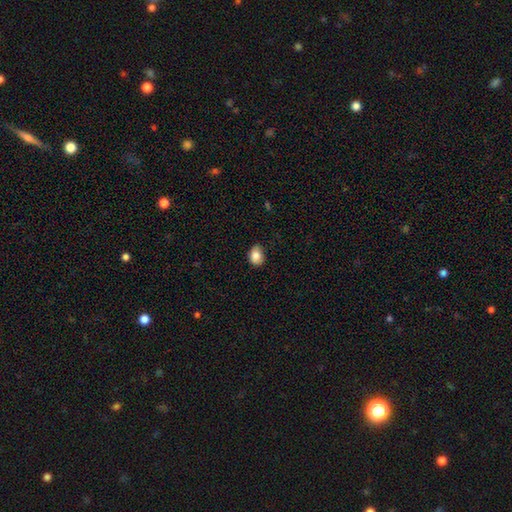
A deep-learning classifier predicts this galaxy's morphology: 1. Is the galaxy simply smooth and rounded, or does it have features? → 85% smooth, 9% star or artifact, 6% featured or disk.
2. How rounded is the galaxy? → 60% in between, 39% round, 1% cigar-shaped.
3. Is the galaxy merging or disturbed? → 71% none, 24% minor disturbance, 4% major disturbance, 1% merger.